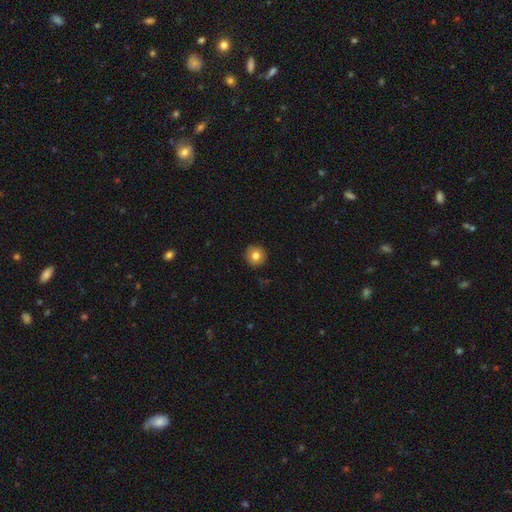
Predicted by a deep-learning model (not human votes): smooth 80%, featured or disk 11%, star or artifact 9%. Down the decision tree: how rounded — round (94%); merging — none (91%).